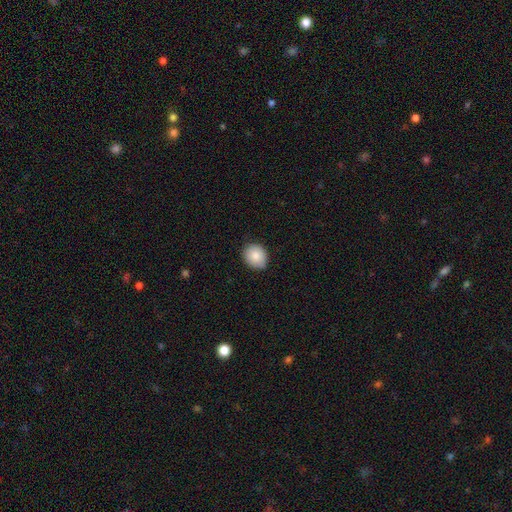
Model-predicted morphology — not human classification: A smooth galaxy with no disk features (86%) that is round (72%).

Vote fractions:
- Smooth or featured? smooth: 86% / star or artifact: 8% / featured or disk: 7%
- How rounded? round: 72% / in between: 27% / cigar-shaped: 1%
- Merging? none: 84% / minor disturbance: 13% / major disturbance: 2% / merger: 1%